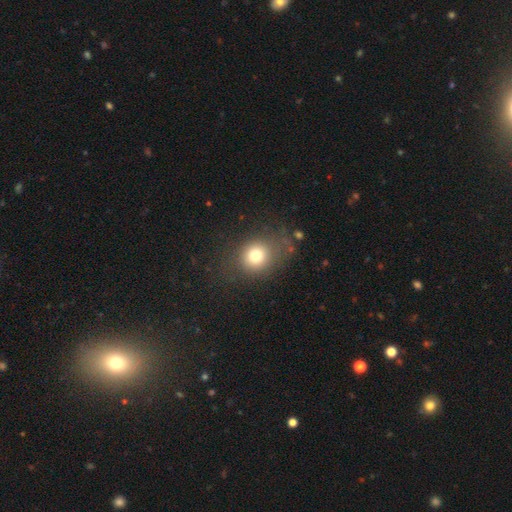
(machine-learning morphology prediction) Smooth or featured?
  - smooth: 76% *
  - star or artifact: 13%
  - featured or disk: 11%
How rounded?
  - round: 73% *
  - in between: 26%
  - cigar-shaped: 1%
Merging?
  - none: 72% *
  - minor disturbance: 16%
  - major disturbance: 10%
  - merger: 2%